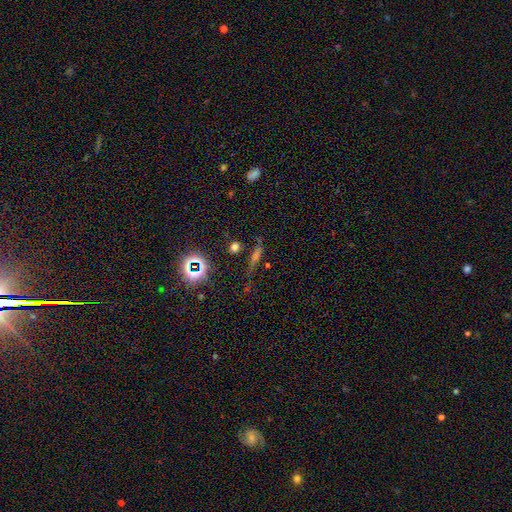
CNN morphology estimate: Smooth or featured: star or artifact — 36% (featured or disk — 33%)